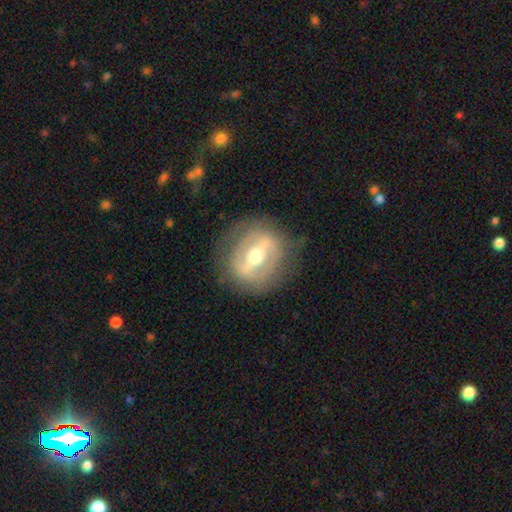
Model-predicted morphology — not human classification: smooth-or-featured: featured or disk: 74% | smooth: 20% | star or artifact: 6%
  disk-edge-on: no: 87% | yes: 13%
    bar: strong: 67% | weak: 23% | no: 10%
    has-spiral-arms: no: 69% | yes: 31%
    bulge-size: moderate: 74% | small: 12% | large: 12% | dominant: 1% | none: 1%
  merging: none: 79% | minor disturbance: 13% | major disturbance: 7% | merger: 1%